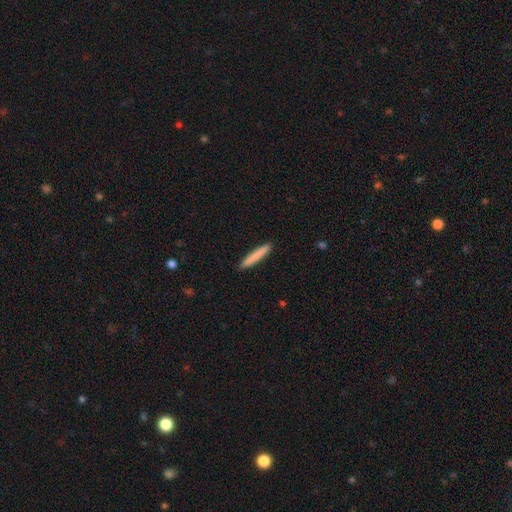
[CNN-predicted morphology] A smooth galaxy with no disk features (82%) that is cigar-shaped (95%).

Vote fractions:
- Smooth or featured? smooth: 82% / featured or disk: 13% / star or artifact: 5%
- How rounded? cigar-shaped: 95% / in between: 4% / round: 1%
- Merging? none: 92% / minor disturbance: 6% / major disturbance: 1% / merger: 1%